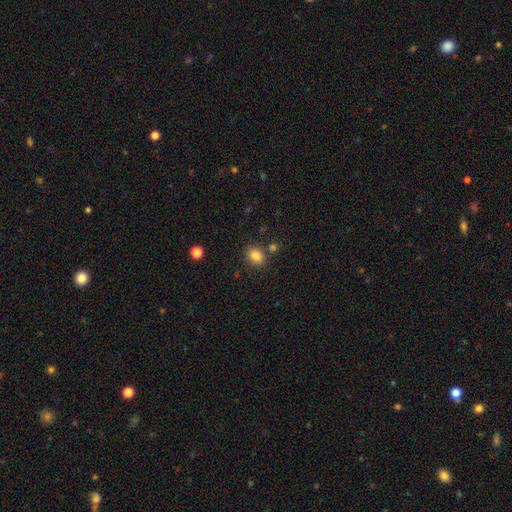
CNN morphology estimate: A smooth galaxy with no disk features (84%) that is in between round and cigar-shaped (59%).

Vote fractions:
- Smooth or featured? smooth: 84% / star or artifact: 11% / featured or disk: 6%
- How rounded? in between: 59% / round: 40% / cigar-shaped: 1%
- Merging? none: 80% / minor disturbance: 10% / merger: 7% / major disturbance: 3%